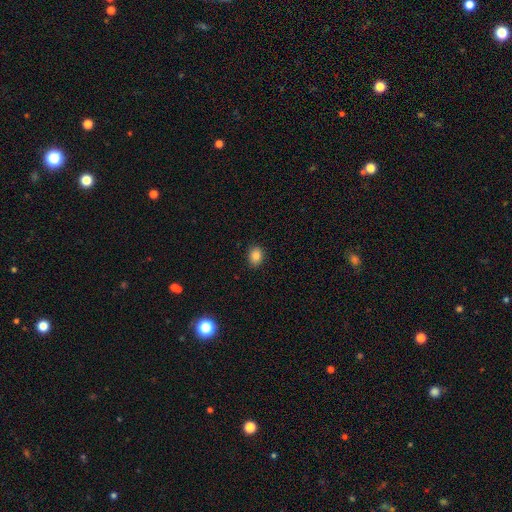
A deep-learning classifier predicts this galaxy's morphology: smooth-or-featured: smooth: 86% | star or artifact: 10% | featured or disk: 4%
  how-rounded: in between: 56% | round: 43% | cigar-shaped: 1%
  merging: none: 88% | minor disturbance: 9% | major disturbance: 2% | merger: 1%